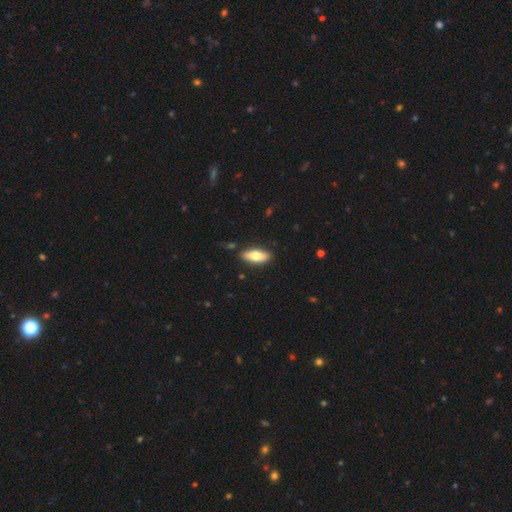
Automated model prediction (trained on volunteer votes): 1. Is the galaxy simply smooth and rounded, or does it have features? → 67% smooth, 28% featured or disk, 6% star or artifact.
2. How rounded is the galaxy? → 74% in between, 23% cigar-shaped, 3% round.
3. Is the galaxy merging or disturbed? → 86% none, 10% minor disturbance, 2% major disturbance, 2% merger.